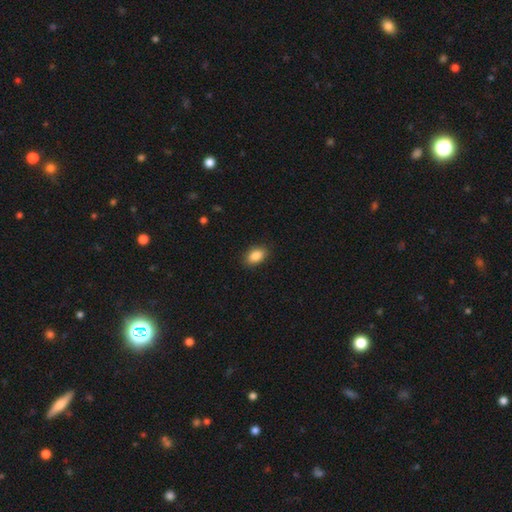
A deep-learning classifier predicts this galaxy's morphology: A smooth galaxy with no disk features (88%) that is in between round and cigar-shaped (88%).

Vote fractions:
- Smooth or featured? smooth: 88% / star or artifact: 8% / featured or disk: 4%
- How rounded? in between: 88% / round: 10% / cigar-shaped: 2%
- Merging? none: 88% / minor disturbance: 9% / major disturbance: 2% / merger: 1%